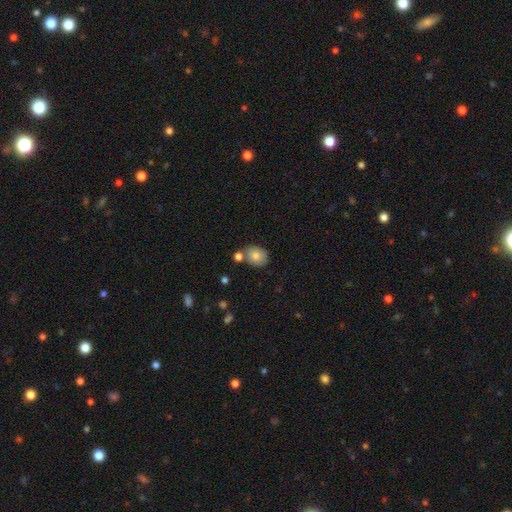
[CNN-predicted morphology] Smooth or featured: smooth — 80% (featured or disk — 11%)
How rounded: round — 55% (in between — 44%)
Merging: none — 66% (merger — 17%)